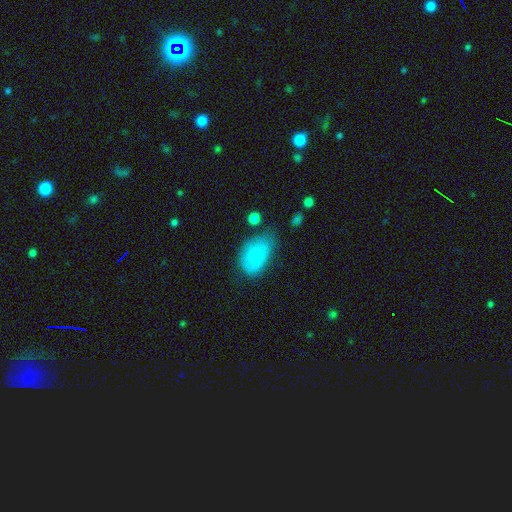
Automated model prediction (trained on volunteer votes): Morphology: type=smooth (78%); roundness=in between (90%); merging=none (45%).